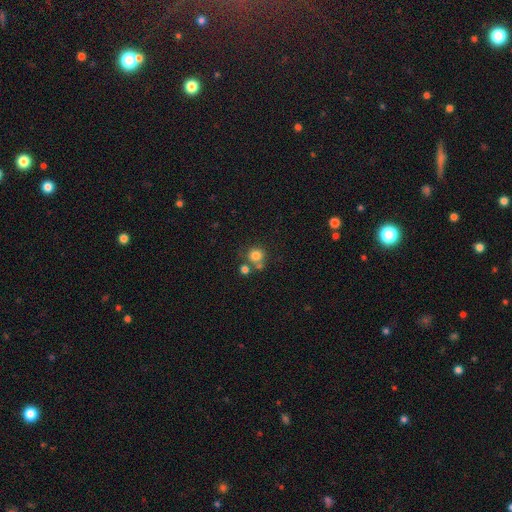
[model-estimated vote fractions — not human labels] Smooth or featured? smooth (79%)
How rounded? round (90%)
Merging? none (61%)